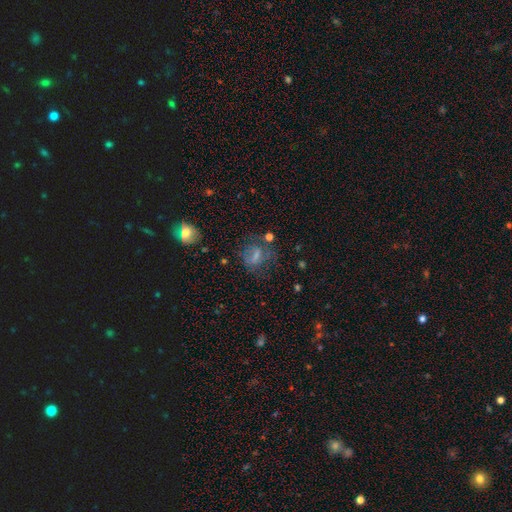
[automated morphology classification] A smooth galaxy with no disk features (55%) that is in between round and cigar-shaped (48%). Merging: none (54%).